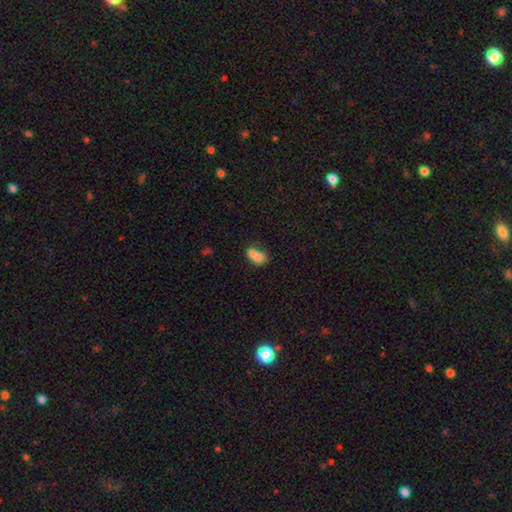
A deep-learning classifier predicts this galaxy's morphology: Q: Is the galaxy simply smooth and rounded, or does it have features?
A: smooth — 74%.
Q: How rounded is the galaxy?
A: in between — 67%.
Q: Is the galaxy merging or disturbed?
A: merger — 63%.